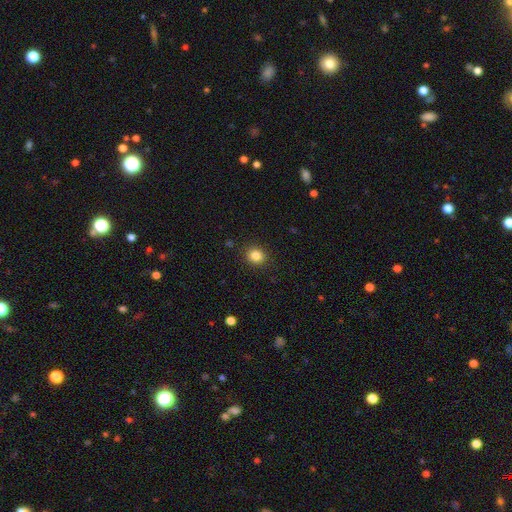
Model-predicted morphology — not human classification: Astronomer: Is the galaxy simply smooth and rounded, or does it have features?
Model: smooth — 84%.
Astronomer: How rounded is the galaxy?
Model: round — 77%.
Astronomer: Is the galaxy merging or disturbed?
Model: none — 90%.